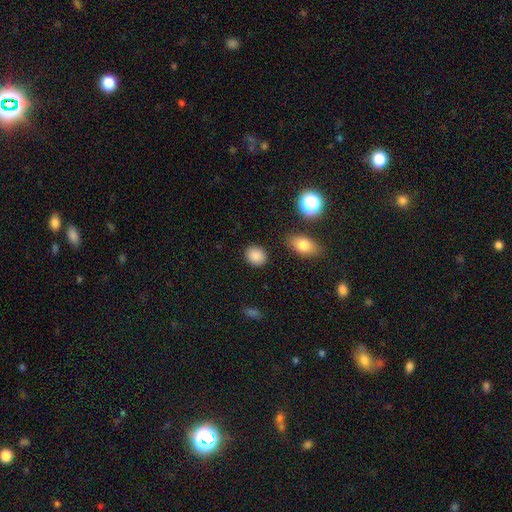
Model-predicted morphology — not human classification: The model was most divided on "how rounded": round: 59%, in between: 39%, cigar-shaped: 1%. More confident: merging — none (87%); smooth or featured — smooth (87%).